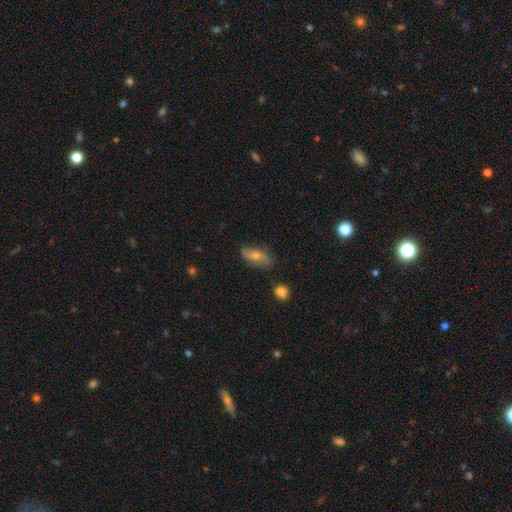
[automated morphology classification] smooth 56%, featured or disk 37%, star or artifact 8%. Down the decision tree: how rounded — in between (79%); merging — none (73%).